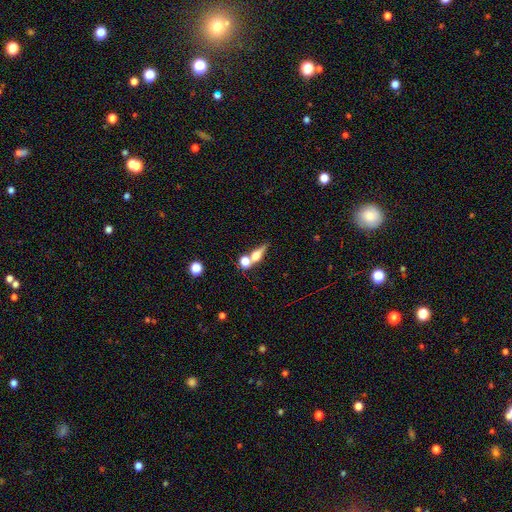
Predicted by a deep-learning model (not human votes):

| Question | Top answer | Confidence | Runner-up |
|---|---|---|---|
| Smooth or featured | smooth | 54% | featured or disk (35%) |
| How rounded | in between | 38% | cigar-shaped (32%) |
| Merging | none | 42% | merger (41%) |